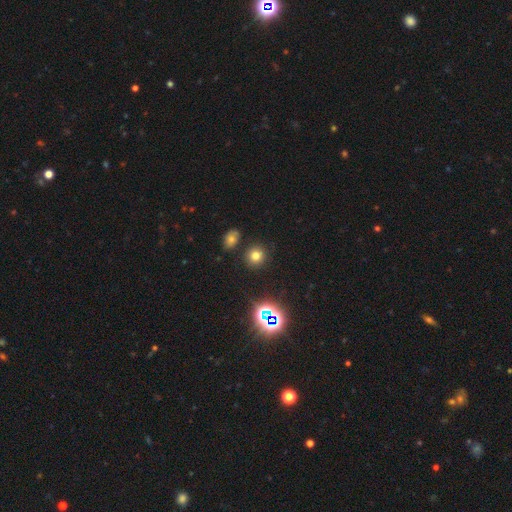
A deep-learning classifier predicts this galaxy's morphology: smooth-or-featured: smooth: 71% | star or artifact: 22% | featured or disk: 8%
  how-rounded: round: 87% | in between: 12% | cigar-shaped: 1%
  merging: none: 86% | minor disturbance: 7% | merger: 4% | major disturbance: 3%